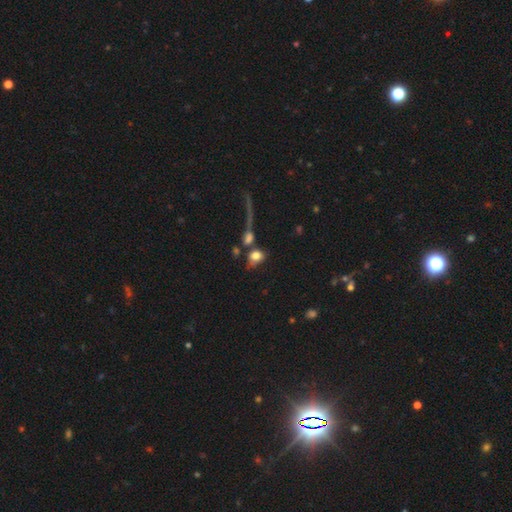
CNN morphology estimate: A smooth galaxy with no disk features (76%) that is in between round and cigar-shaped (66%). Merging: none (36%).